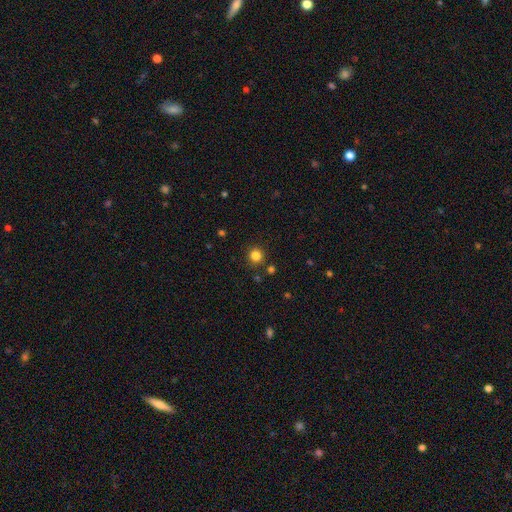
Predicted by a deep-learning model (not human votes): A smooth galaxy with no disk features (82%) that is round (94%).

Vote fractions:
- Smooth or featured? smooth: 82% / star or artifact: 14% / featured or disk: 4%
- How rounded? round: 94% / in between: 6% / cigar-shaped: 1%
- Merging? none: 89% / minor disturbance: 6% / merger: 3% / major disturbance: 2%